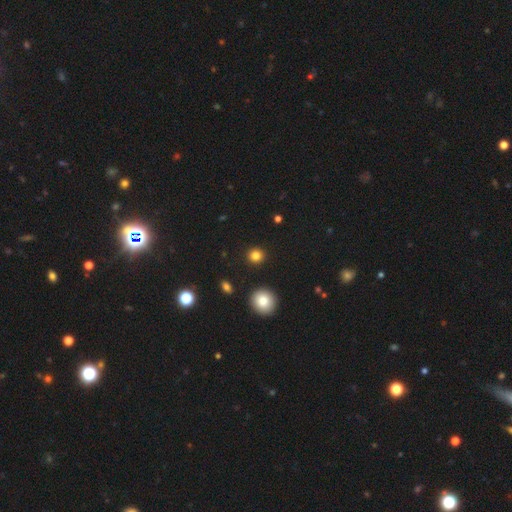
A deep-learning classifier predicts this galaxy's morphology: A smooth galaxy with no disk features (83%) that is round (91%). Merging: none (92%).